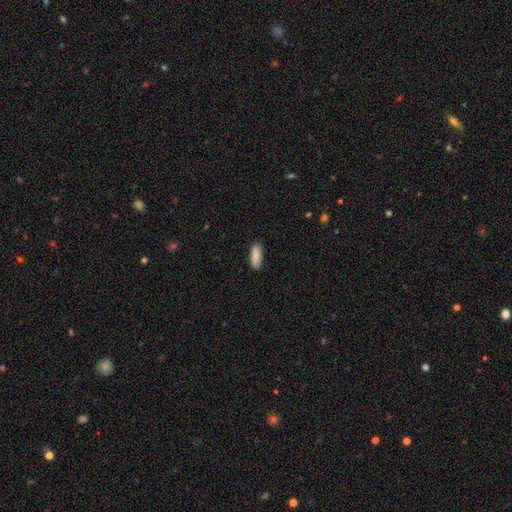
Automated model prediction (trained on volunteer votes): A smooth galaxy with no disk features (88%) that is in between round and cigar-shaped (68%).

Vote fractions:
- Smooth or featured? smooth: 88% / star or artifact: 6% / featured or disk: 6%
- How rounded? in between: 68% / cigar-shaped: 30% / round: 2%
- Merging? none: 86% / minor disturbance: 11% / major disturbance: 2% / merger: 1%